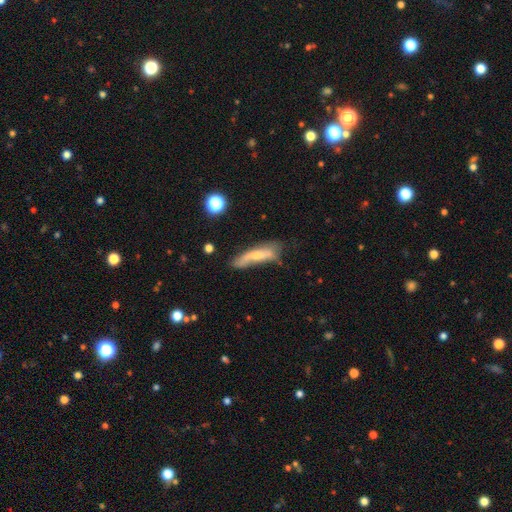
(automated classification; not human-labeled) Smooth or featured: smooth — 46% (featured or disk — 45%)
Merging: none — 42% (minor disturbance — 31%)